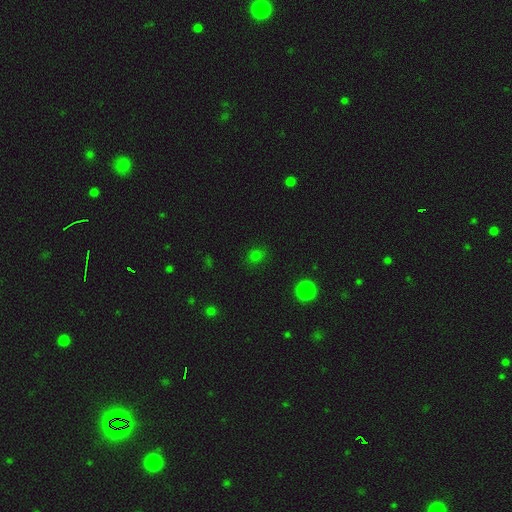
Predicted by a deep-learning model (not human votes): A smooth galaxy with no disk features (73%) that is round (66%).

Vote fractions:
- Smooth or featured? smooth: 73% / star or artifact: 23% / featured or disk: 4%
- How rounded? round: 66% / in between: 32% / cigar-shaped: 1%
- Merging? none: 84% / minor disturbance: 11% / major disturbance: 4% / merger: 2%